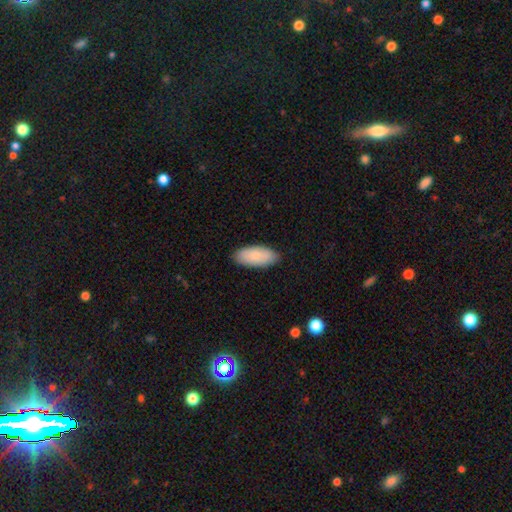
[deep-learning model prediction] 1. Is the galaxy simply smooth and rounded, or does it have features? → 82% smooth, 13% featured or disk, 5% star or artifact.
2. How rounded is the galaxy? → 92% in between, 6% cigar-shaped, 2% round.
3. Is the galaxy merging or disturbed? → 86% none, 11% minor disturbance, 2% major disturbance, 1% merger.